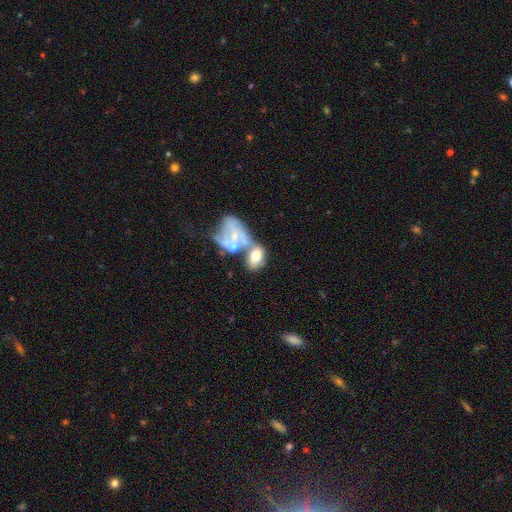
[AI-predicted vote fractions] This appears to be a smooth galaxy with no disk features (51%) that is in between round and cigar-shaped (83%). Merging: merger (56%).